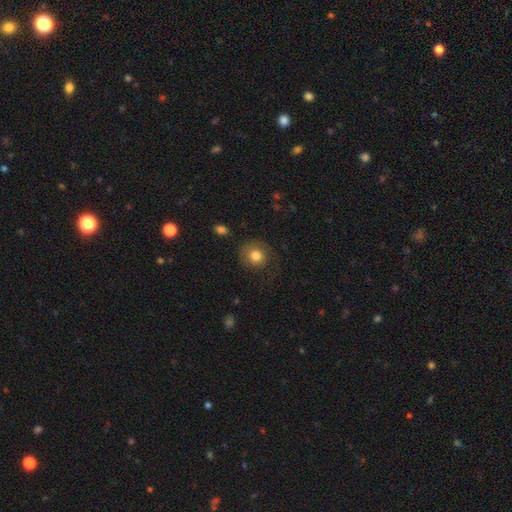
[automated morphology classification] smooth 78%, featured or disk 14%, star or artifact 9%. Down the decision tree: how rounded — round (90%); merging — none (70%).